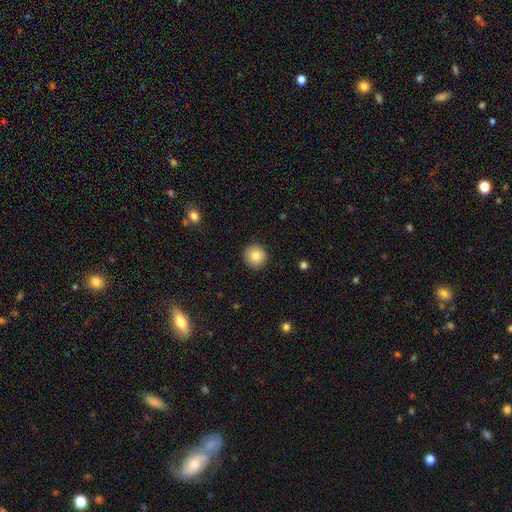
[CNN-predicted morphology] A smooth galaxy with no disk features (85%) that is round (94%).

Vote fractions:
- Smooth or featured? smooth: 85% / star or artifact: 9% / featured or disk: 7%
- How rounded? round: 94% / in between: 5% / cigar-shaped: 1%
- Merging? none: 91% / minor disturbance: 6% / major disturbance: 2% / merger: 1%